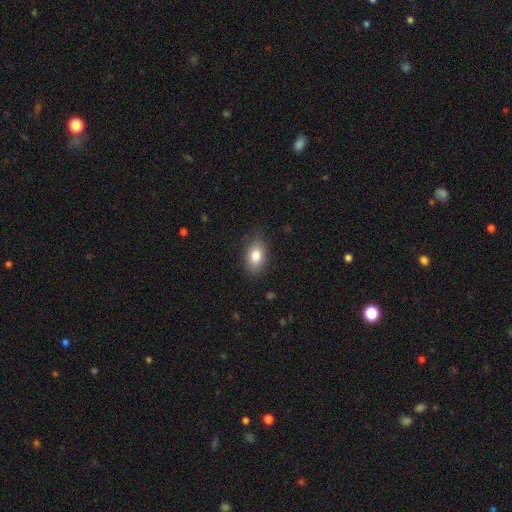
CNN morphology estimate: The model was most divided on "merging": none: 84%, minor disturbance: 12%, major disturbance: 3%, merger: 1%. More confident: how rounded — in between (86%); smooth or featured — smooth (83%).